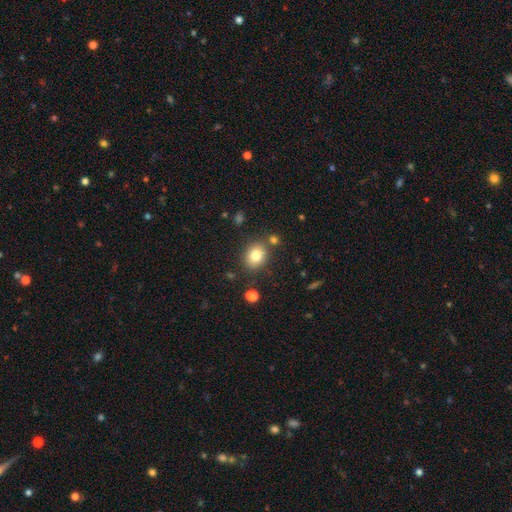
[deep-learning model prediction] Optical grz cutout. It shows a smooth galaxy with no disk features (81%) that is in between round and cigar-shaped (54%). Merging: none (80%).